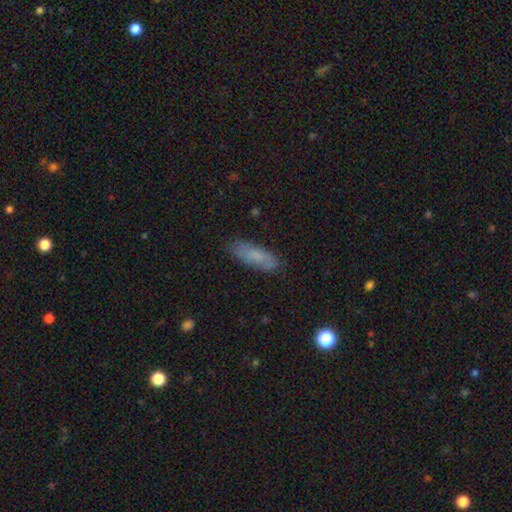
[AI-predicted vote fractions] A smooth galaxy with no disk features (75%) that is in between round and cigar-shaped (56%). Merging: none (80%).